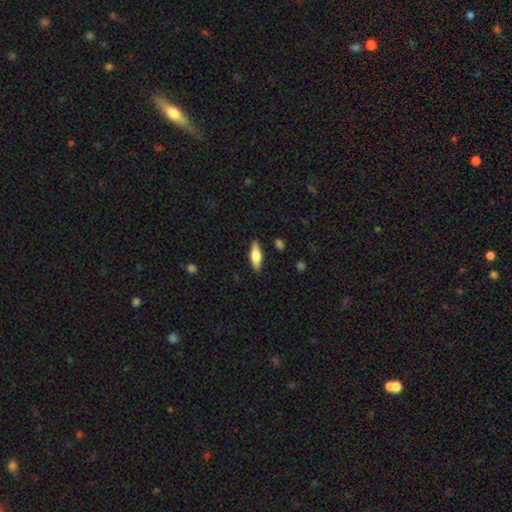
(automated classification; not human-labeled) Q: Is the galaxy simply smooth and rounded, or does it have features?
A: smooth — 53%.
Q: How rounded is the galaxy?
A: in between — 52%.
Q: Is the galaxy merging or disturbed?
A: none — 87%.